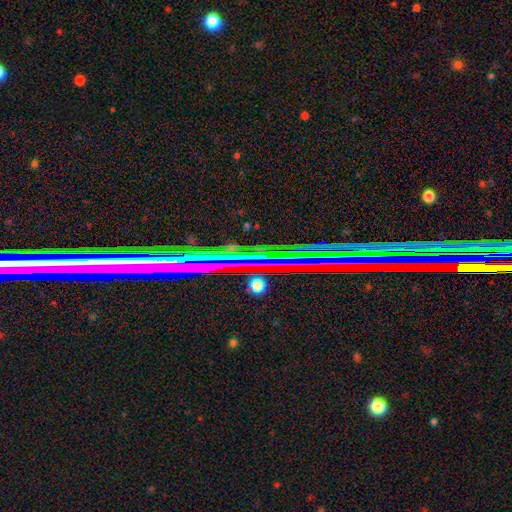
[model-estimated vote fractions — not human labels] Smooth or featured? Predicted: star or artifact (p=0.69).